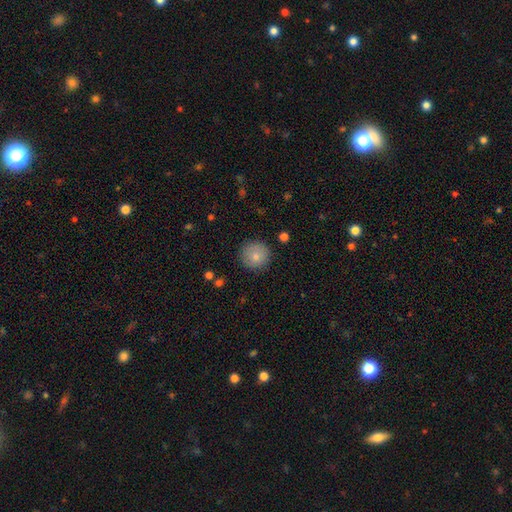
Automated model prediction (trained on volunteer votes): smooth 83%, star or artifact 9%, featured or disk 9%. Down the decision tree: how rounded — round (95%); merging — none (88%).